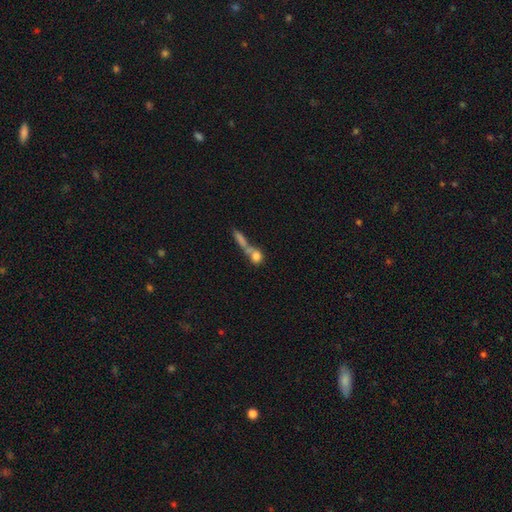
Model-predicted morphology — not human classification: This appears to be a smooth galaxy with no disk features (74%) that is round (56%). Merging: merger (51%).